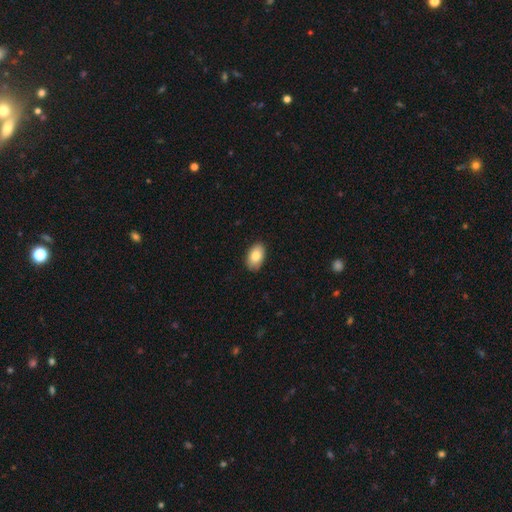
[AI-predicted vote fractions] Morphology: type=smooth (83%); roundness=in between (93%); merging=none (87%).